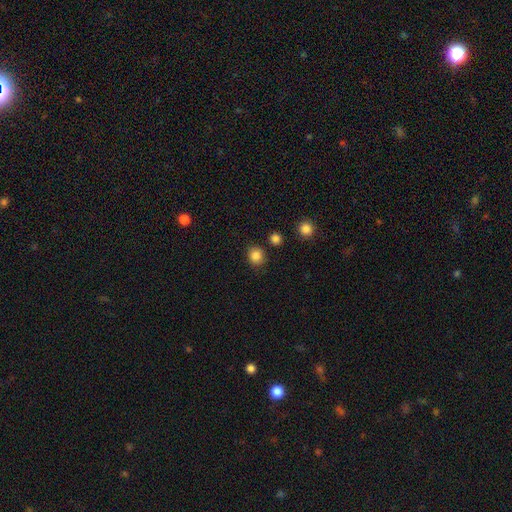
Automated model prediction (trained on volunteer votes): Smooth or featured? smooth (86%)
How rounded? round (84%)
Merging? none (84%)